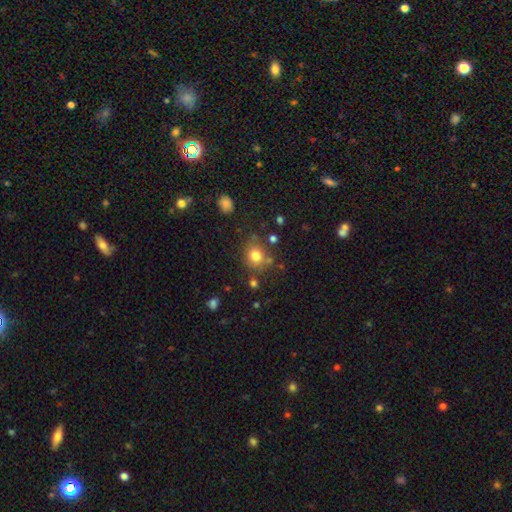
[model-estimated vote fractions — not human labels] This appears to be a smooth galaxy with no disk features (78%) that is round (72%). Merging: none (69%).